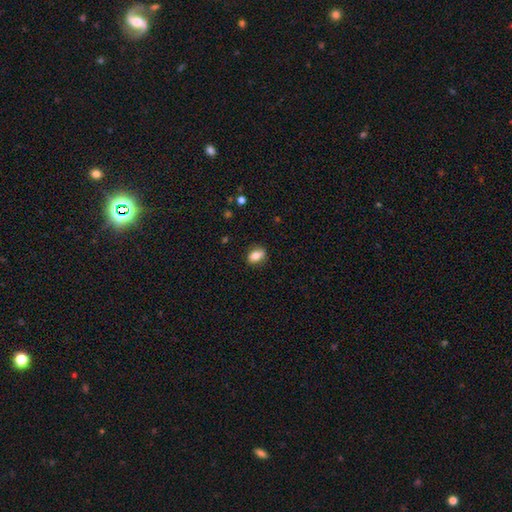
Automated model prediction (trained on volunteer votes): The model was most divided on "how rounded": in between: 80%, round: 15%, cigar-shaped: 4%. More confident: merging — none (83%); smooth or featured — smooth (79%).